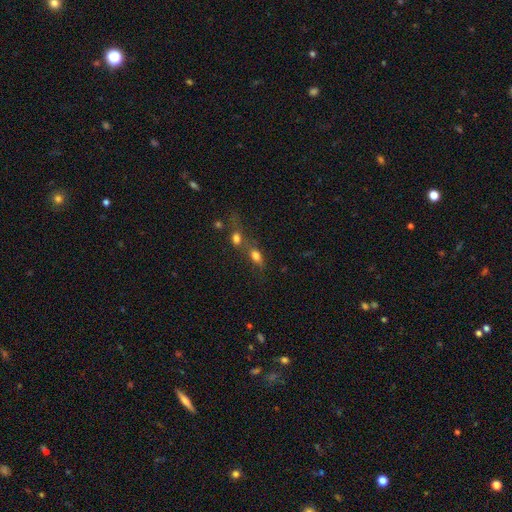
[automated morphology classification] This is likely a smooth galaxy (73%). How rounded: likely in between (73%). Merging: possibly merger (52%).